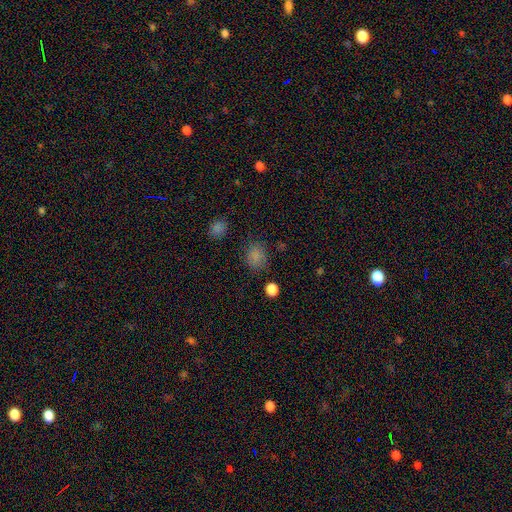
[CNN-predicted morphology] A smooth galaxy with no disk features (80%) that is round (64%). Merging: none (79%).